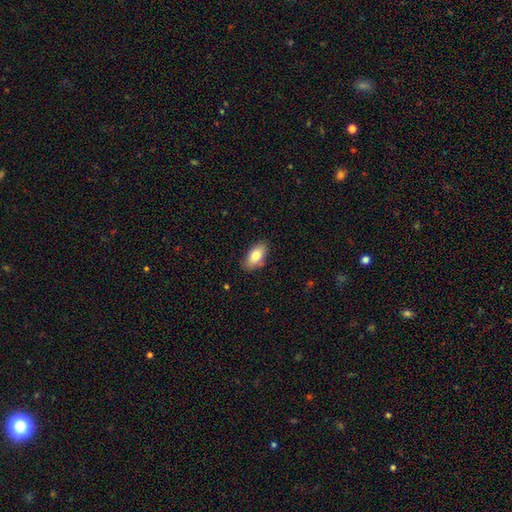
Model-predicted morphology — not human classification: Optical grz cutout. It shows a smooth galaxy with no disk features (80%) that is in between round and cigar-shaped (91%). Merging: none (84%).